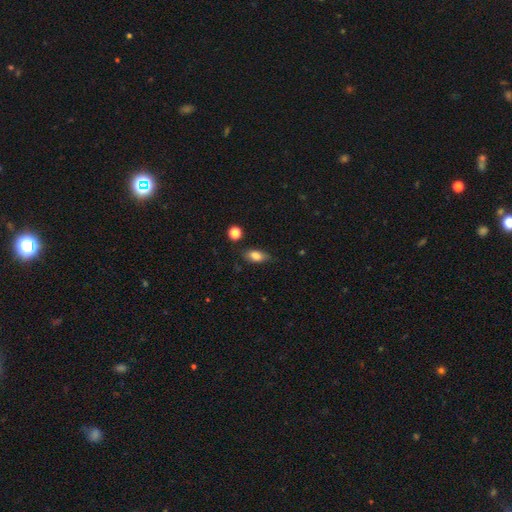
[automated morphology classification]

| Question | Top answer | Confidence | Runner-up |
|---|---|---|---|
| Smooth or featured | smooth | 80% | featured or disk (12%) |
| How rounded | in between | 85% | cigar-shaped (7%) |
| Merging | none | 75% | minor disturbance (19%) |